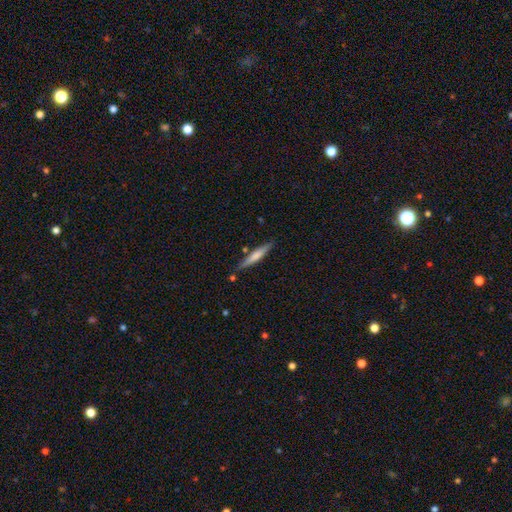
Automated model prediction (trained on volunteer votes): This is possibly a smooth galaxy (60%). How rounded: clearly cigar-shaped (92%). Merging: clearly none (82%).